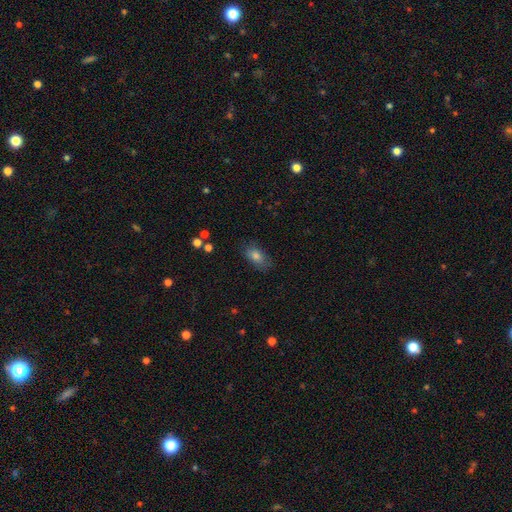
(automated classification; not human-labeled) This is likely a smooth galaxy (79%). How rounded: clearly in between (87%). Merging: likely none (78%).